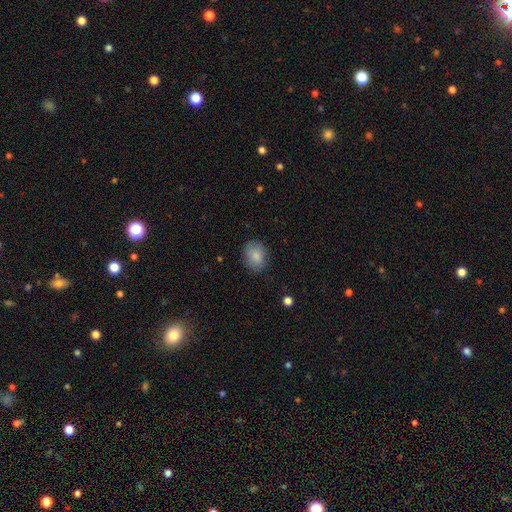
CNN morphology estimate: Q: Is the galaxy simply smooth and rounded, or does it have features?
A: smooth — 86%.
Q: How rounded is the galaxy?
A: in between — 56%.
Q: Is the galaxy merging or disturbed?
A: none — 82%.